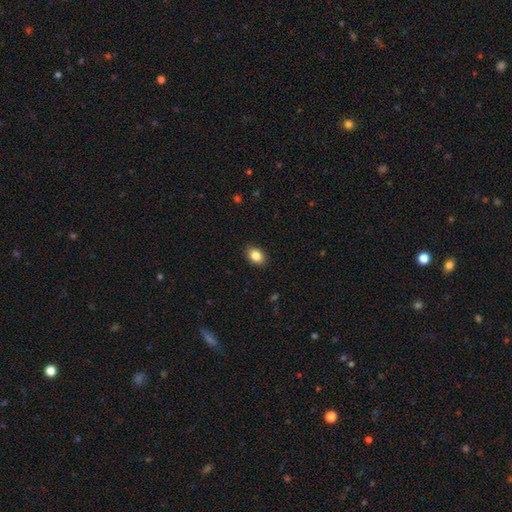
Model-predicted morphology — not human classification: smooth_or_featured: smooth (p=0.85) [alt: star or artifact p=0.08]
how_rounded: in between (p=0.77) [alt: round p=0.22]
merging: none (p=0.89) [alt: minor disturbance p=0.08]